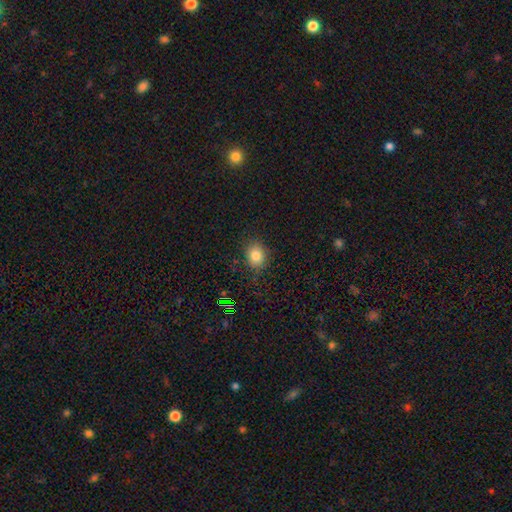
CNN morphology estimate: Smooth or featured: smooth — 80% (star or artifact — 13%)
How rounded: round — 53% (in between — 46%)
Merging: none — 83% (minor disturbance — 12%)